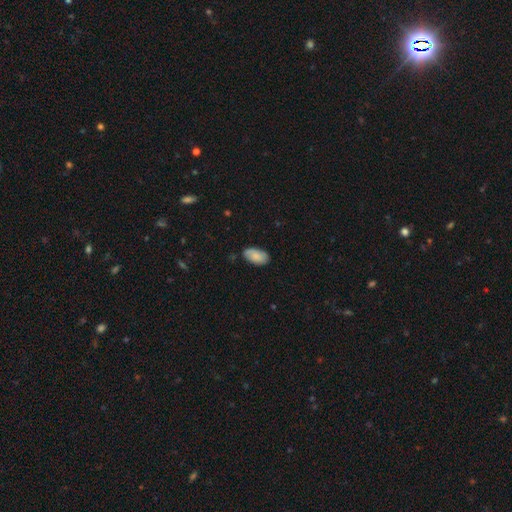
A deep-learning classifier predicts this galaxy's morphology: Q: Smooth or featured?
A: smooth (84%); runner-up: featured or disk (9%)
Q: How rounded?
A: in between (95%); runner-up: round (3%)
Q: Merging?
A: none (79%); runner-up: minor disturbance (17%)